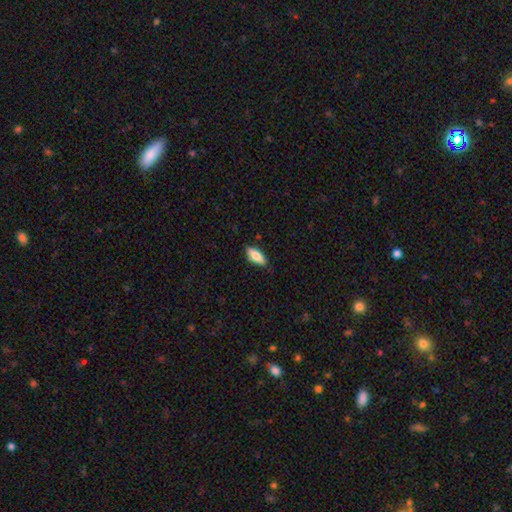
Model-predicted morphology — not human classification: type=smooth (79%); roundness=in between (82%); merging=none (85%).